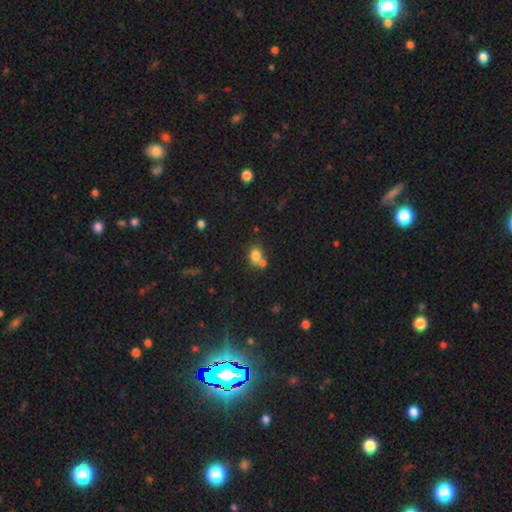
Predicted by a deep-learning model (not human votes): This appears to be a smooth galaxy with no disk features (78%) that is round (55%). Merging: none (46%).